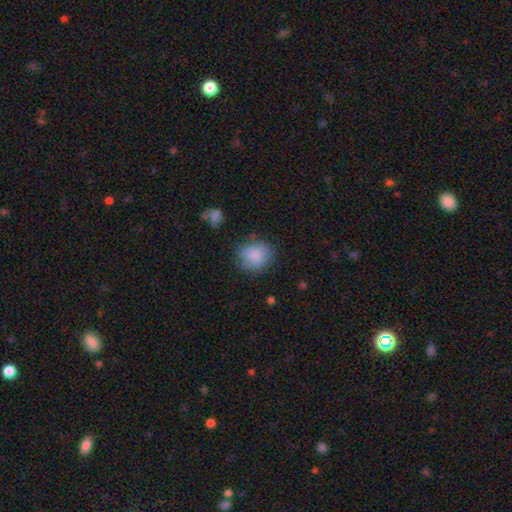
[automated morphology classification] Smooth or featured?
  - smooth: 84% *
  - featured or disk: 9%
  - star or artifact: 8%
How rounded?
  - round: 74% *
  - in between: 25%
  - cigar-shaped: 1%
Merging?
  - none: 72% *
  - minor disturbance: 20%
  - major disturbance: 6%
  - merger: 2%